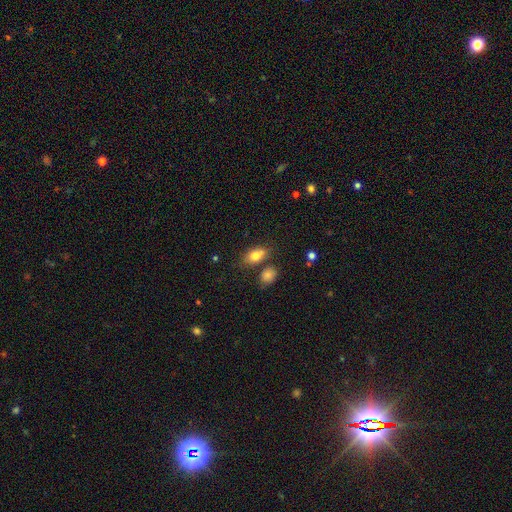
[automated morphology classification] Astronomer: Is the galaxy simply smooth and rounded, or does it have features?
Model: smooth — 80%.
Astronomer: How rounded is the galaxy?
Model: in between — 84%.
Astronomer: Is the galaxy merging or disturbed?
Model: none — 66%.